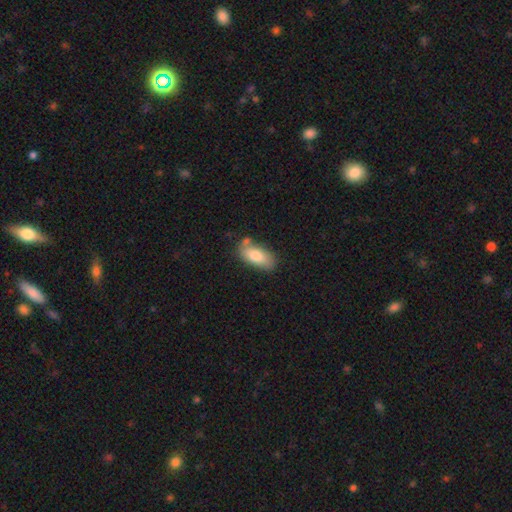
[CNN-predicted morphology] smooth 78%, featured or disk 16%, star or artifact 6%. Down the decision tree: how rounded — in between (89%); merging — none (67%).